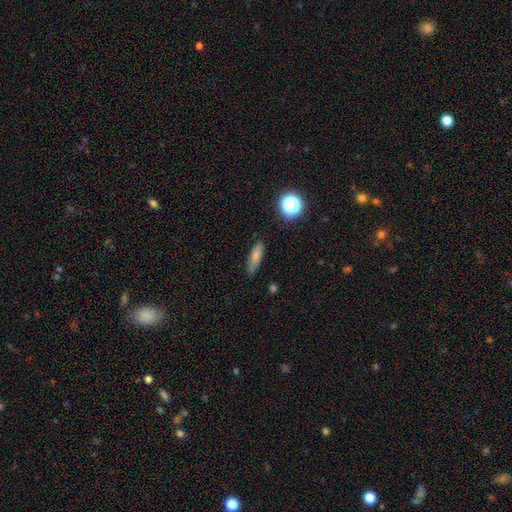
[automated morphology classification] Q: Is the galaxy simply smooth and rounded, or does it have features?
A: smooth — 76%.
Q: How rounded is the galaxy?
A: cigar-shaped — 50%.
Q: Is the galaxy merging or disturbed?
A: none — 74%.